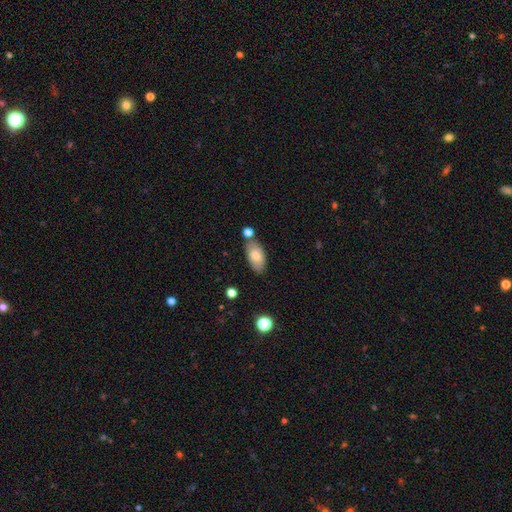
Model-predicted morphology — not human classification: Smooth or featured? smooth (74%)
How rounded? in between (93%)
Merging? none (68%)